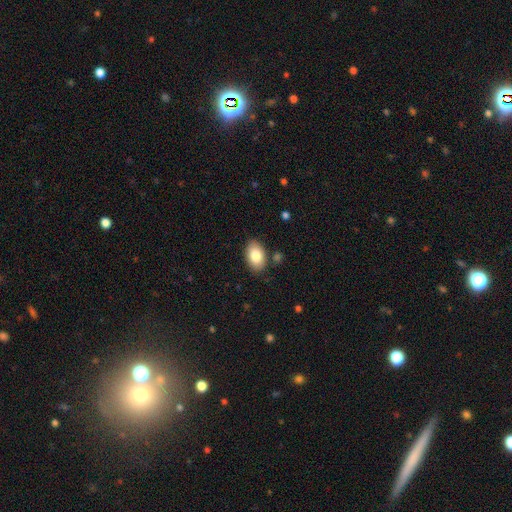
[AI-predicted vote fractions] Morphology: type=smooth (82%); roundness=in between (91%); merging=none (84%).